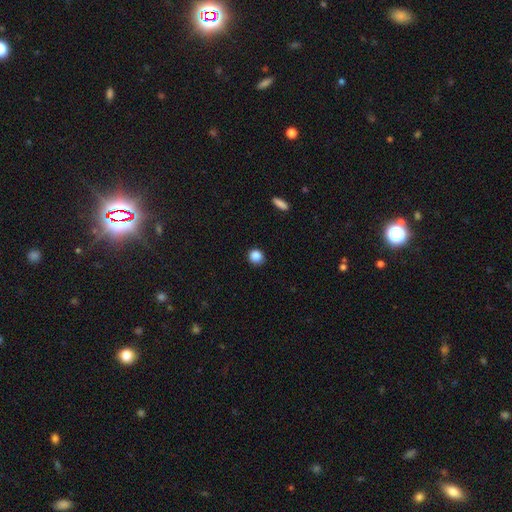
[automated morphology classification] Smooth or featured? smooth (87%)
How rounded? round (90%)
Merging? none (89%)